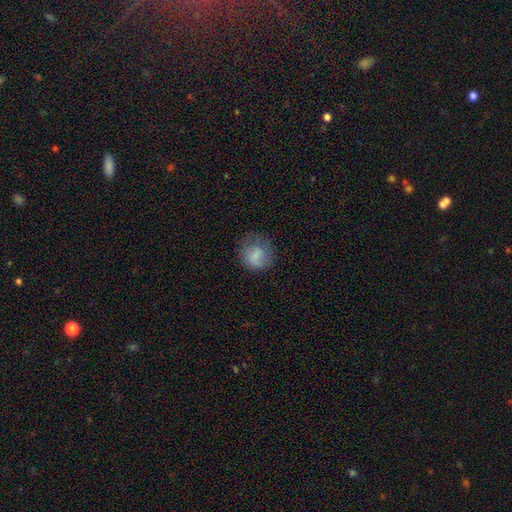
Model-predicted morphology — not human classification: Smooth or featured: smooth — 75% (featured or disk — 16%)
How rounded: round — 77% (in between — 22%)
Merging: none — 56% (minor disturbance — 25%)